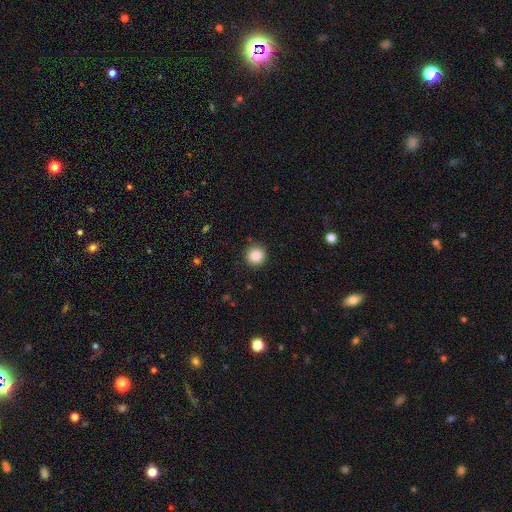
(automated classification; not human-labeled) Morphology: type=smooth (87%); roundness=round (95%); merging=none (90%).